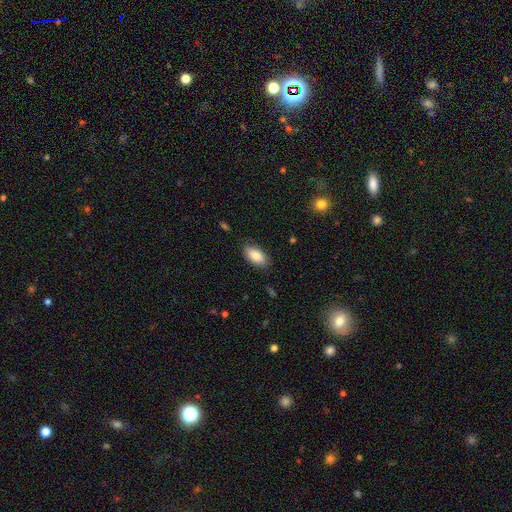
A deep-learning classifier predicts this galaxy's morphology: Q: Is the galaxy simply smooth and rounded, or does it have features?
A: smooth — 85%.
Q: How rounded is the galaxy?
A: in between — 93%.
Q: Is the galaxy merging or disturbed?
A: none — 85%.